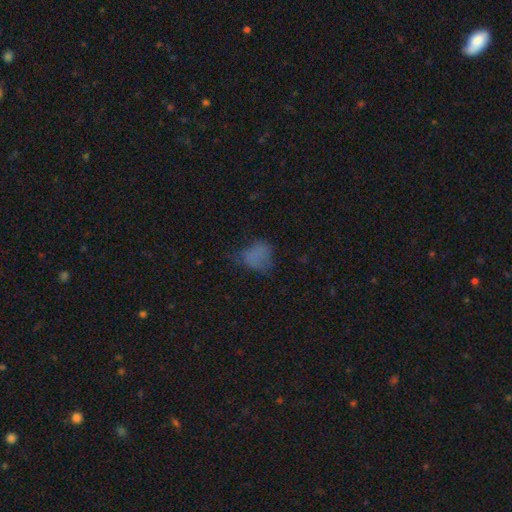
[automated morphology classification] This is likely a smooth galaxy (64%). How rounded: likely in between (62%). Merging: marginally none (38%).